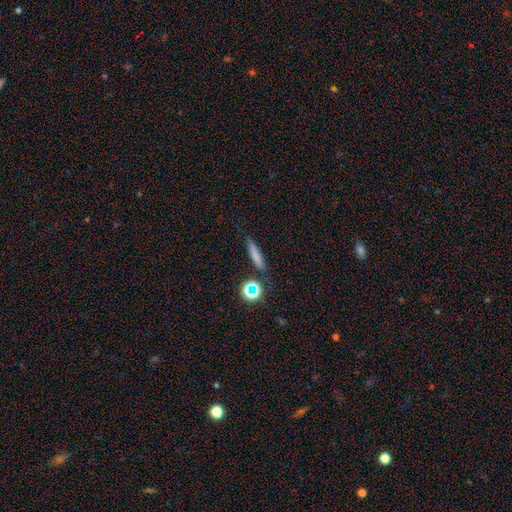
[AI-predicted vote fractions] A smooth galaxy with no disk features (73%) that is cigar-shaped (81%). Merging: none (80%).